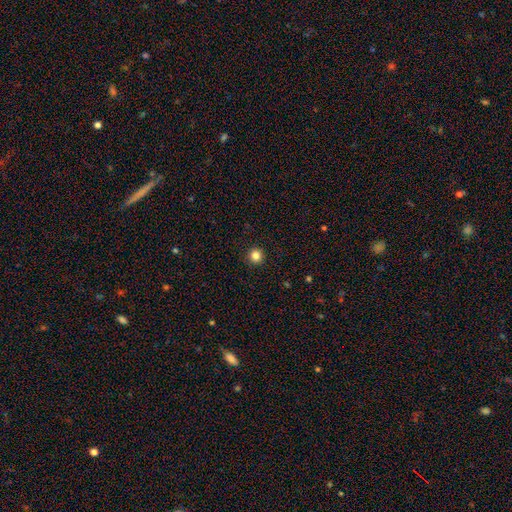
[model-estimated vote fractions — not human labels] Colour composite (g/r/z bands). It shows a smooth galaxy with no disk features (84%) that is round (96%). Merging: none (93%).